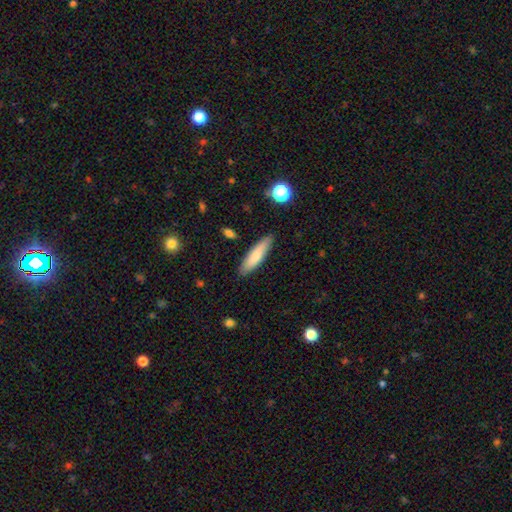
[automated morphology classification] Overall: smooth (78%). How rounded: cigar-shaped (70%). Merging: none (86%).